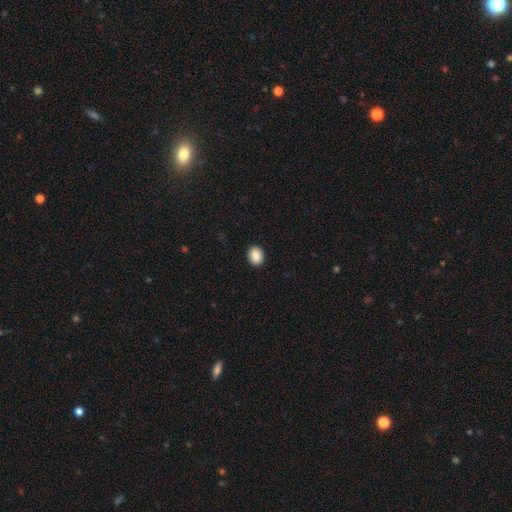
A smooth galaxy with no disk features (95%) that is in between round and cigar-shaped (62%).

Vote fractions:
- Smooth or featured? smooth: 95% / featured or disk: 5% / star or artifact: 0%
- How rounded? in between: 62% / round: 38% / cigar-shaped: 0%
- Merging? none: 90% / minor disturbance: 10% / major disturbance: 0% / merger: 0%